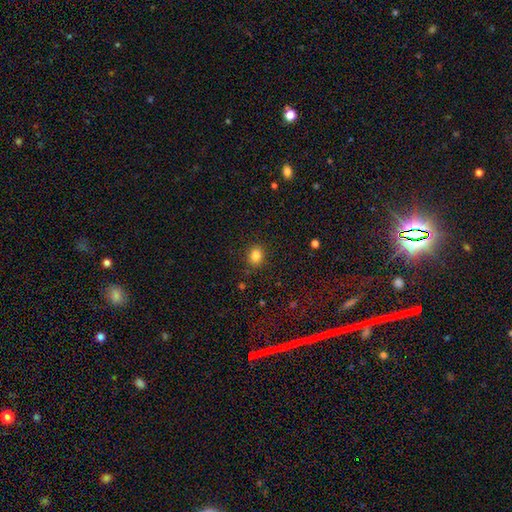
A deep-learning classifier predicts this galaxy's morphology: Overall: smooth (83%). How rounded: round (58%; in between 41%). Merging: none (88%).